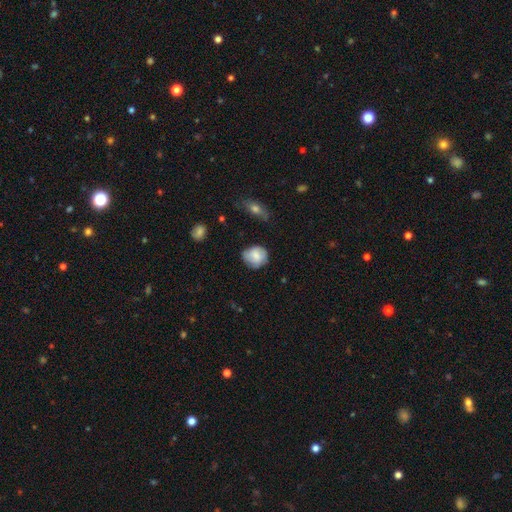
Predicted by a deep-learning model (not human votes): smooth_or_featured: smooth (p=0.65) [alt: featured or disk p=0.27]
how_rounded: round (p=0.78) [alt: in between p=0.21]
merging: none (p=0.66) [alt: minor disturbance p=0.26]